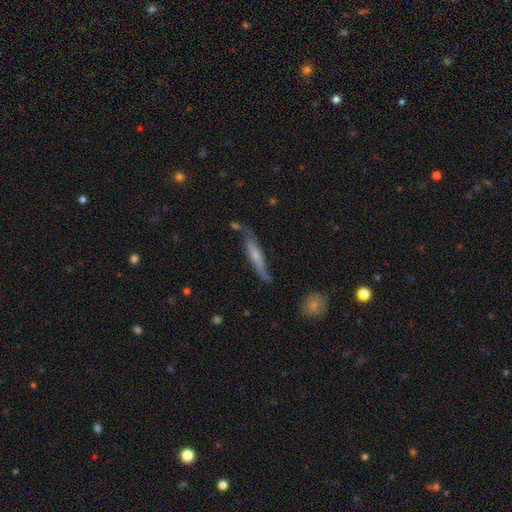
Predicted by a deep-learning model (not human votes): smooth_or_featured: featured or disk (p=0.55) [alt: smooth p=0.39]
disk_edge_on: yes (p=0.69) [alt: no p=0.31]
merging: none (p=0.64) [alt: minor disturbance p=0.24]